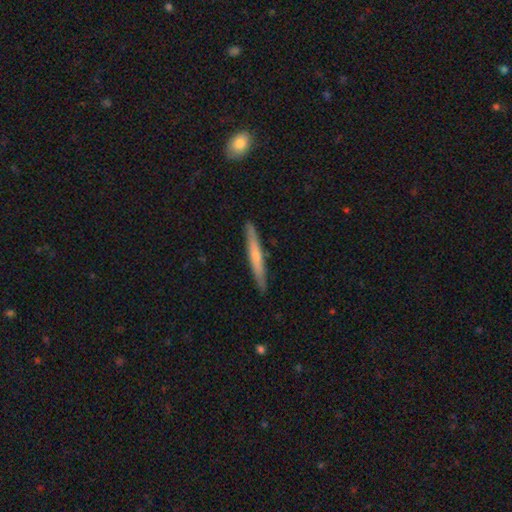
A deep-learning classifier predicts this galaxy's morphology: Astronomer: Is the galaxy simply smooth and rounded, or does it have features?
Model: smooth — 50% (runner-up: featured or disk, 45%).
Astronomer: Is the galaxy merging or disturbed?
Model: none — 89%.